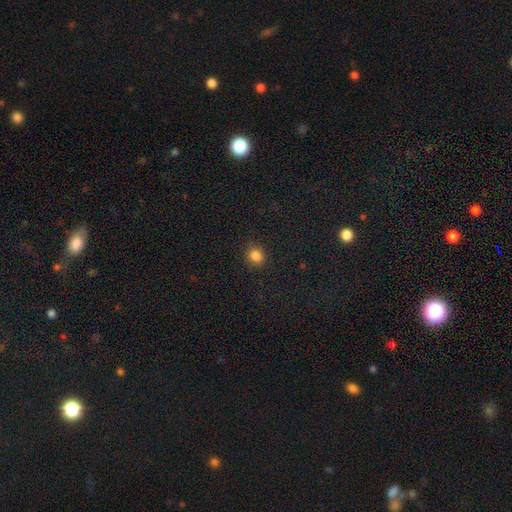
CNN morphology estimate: The model was most divided on "how rounded": round: 72%, in between: 27%, cigar-shaped: 1%. More confident: merging — none (85%); smooth or featured — smooth (84%).